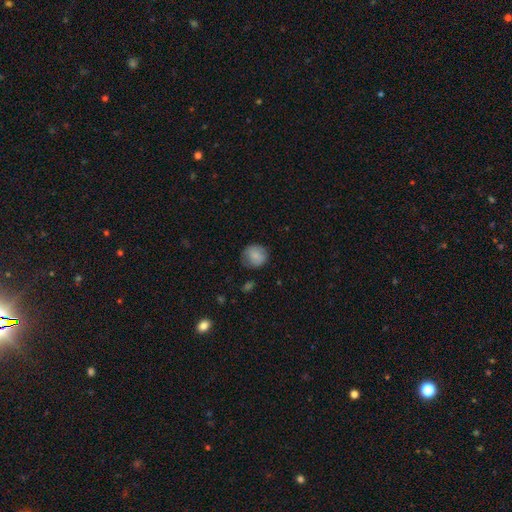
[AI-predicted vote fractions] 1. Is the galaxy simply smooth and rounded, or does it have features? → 83% smooth, 9% featured or disk, 8% star or artifact.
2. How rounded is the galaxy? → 83% round, 16% in between, 1% cigar-shaped.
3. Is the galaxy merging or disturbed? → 72% none, 21% minor disturbance, 6% major disturbance, 1% merger.